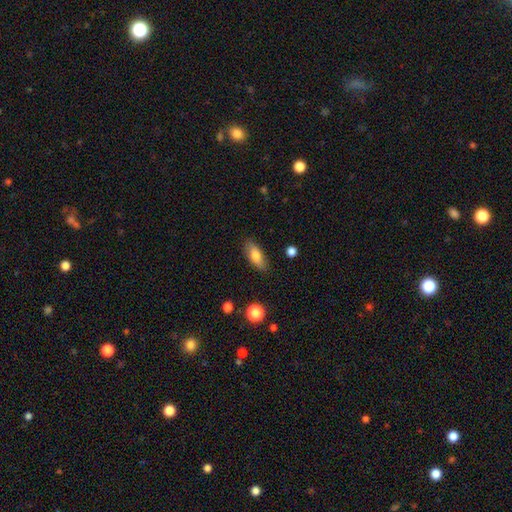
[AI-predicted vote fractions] This is likely a smooth galaxy (75%). How rounded: likely in between (76%). Merging: clearly none (85%).